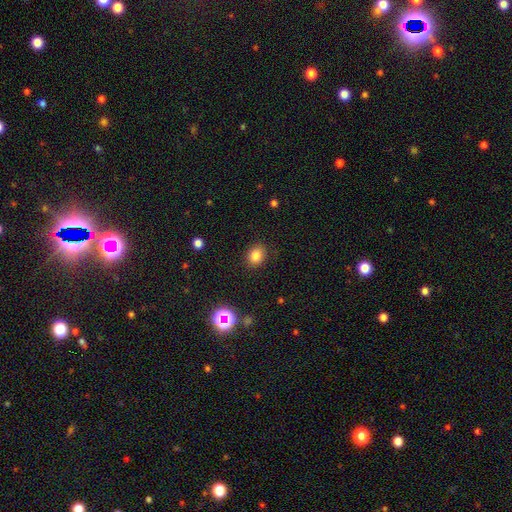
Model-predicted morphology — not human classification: This is clearly a smooth galaxy (82%). How rounded: possibly round (56%). Merging: clearly none (88%).